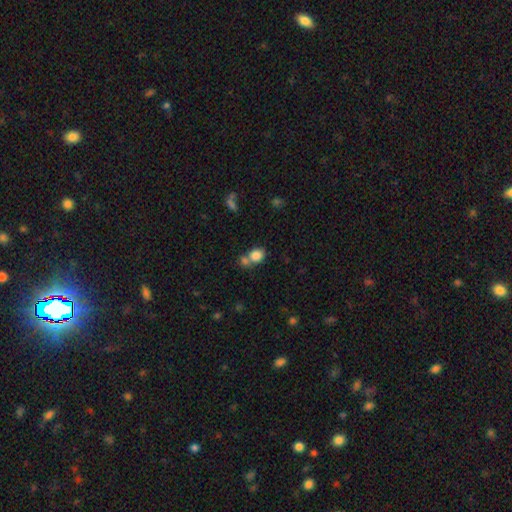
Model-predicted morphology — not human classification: The model was most divided on "merging": none: 44%, merger: 42%, minor disturbance: 9%, major disturbance: 4%. More confident: smooth or featured — smooth (83%); how rounded — round (62%).